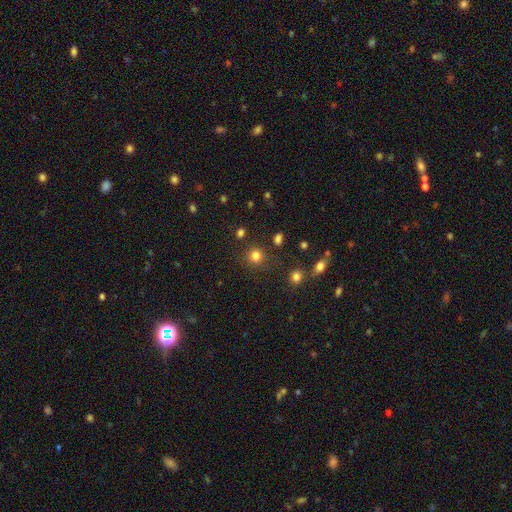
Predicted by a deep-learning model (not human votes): smooth-or-featured: smooth: 79% | star or artifact: 16% | featured or disk: 5%
  how-rounded: round: 89% | in between: 10% | cigar-shaped: 1%
  merging: none: 82% | minor disturbance: 9% | merger: 5% | major disturbance: 4%